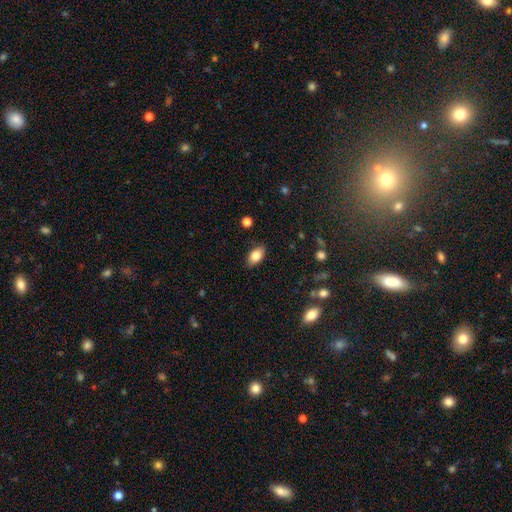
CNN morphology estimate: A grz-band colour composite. It shows a smooth galaxy with no disk features (81%) that is in between round and cigar-shaped (90%). Merging: none (87%).